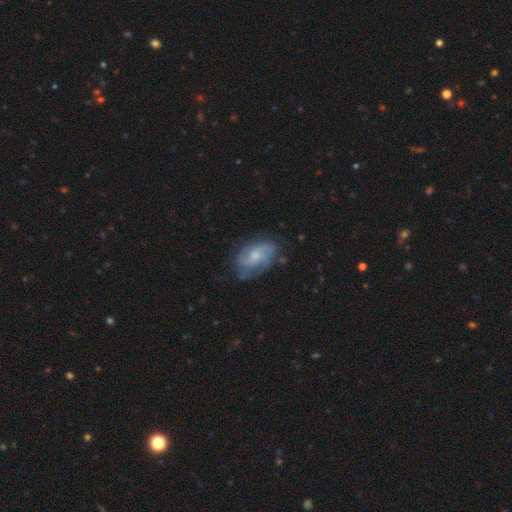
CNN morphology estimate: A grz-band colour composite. It shows a featured or disk galaxy (69%) with no bar (65%), 2 (39%) medium (44%) spiral arms (88%) and a small central bulge (44%). Merging: none (65%).